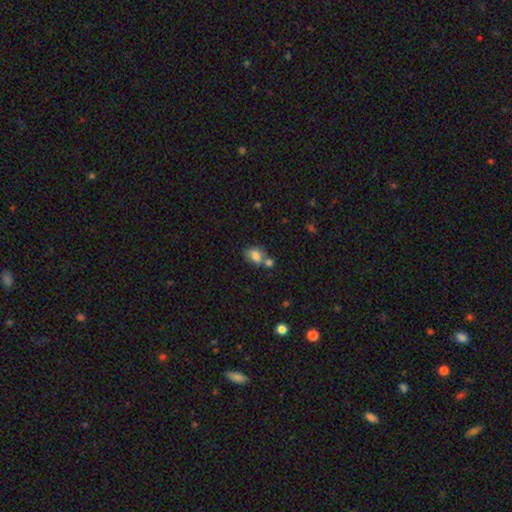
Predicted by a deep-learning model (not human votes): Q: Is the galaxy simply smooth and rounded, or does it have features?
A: smooth — 80%.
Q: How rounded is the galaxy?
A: in between — 61%.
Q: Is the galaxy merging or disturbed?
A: none — 46%.